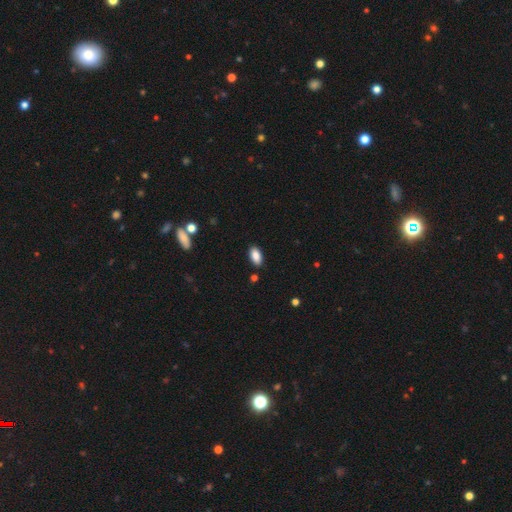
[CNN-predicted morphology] smooth_or_featured: smooth (p=0.87) [alt: star or artifact p=0.08]
how_rounded: in between (p=0.92) [alt: cigar-shaped p=0.05]
merging: none (p=0.87) [alt: minor disturbance p=0.09]